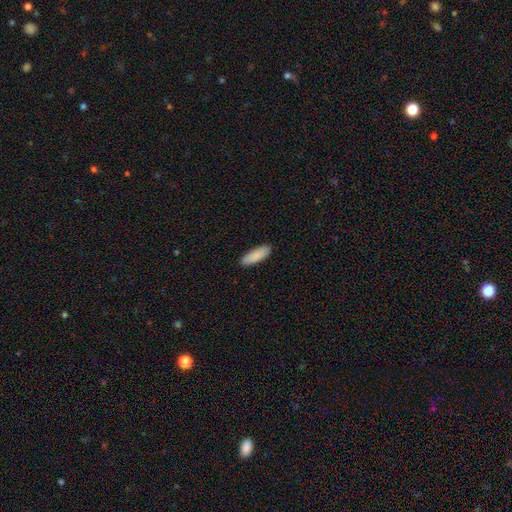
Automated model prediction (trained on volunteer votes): Smooth or featured: smooth — 89% (featured or disk — 6%)
How rounded: in between — 61% (cigar-shaped — 37%)
Merging: none — 89% (minor disturbance — 9%)